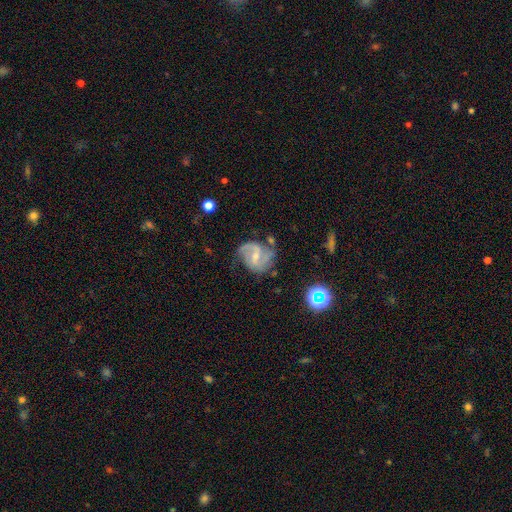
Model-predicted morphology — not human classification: featured or disk 80%, smooth 13%, star or artifact 7%. Down the decision tree: edge-on disk — no (98%); bar — weak (56%); spiral arms — yes (94%); spiral arm count — 2 (77%); spiral winding — medium (50%); bulge size — small (55%); merging — none (56%).